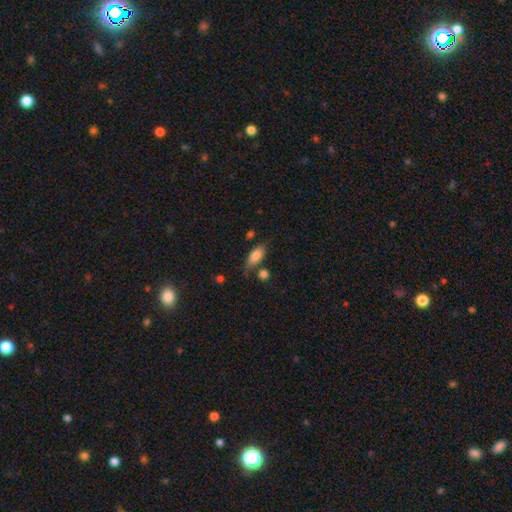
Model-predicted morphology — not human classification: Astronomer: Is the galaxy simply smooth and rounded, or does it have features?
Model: smooth — 79%.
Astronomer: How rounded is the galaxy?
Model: in between — 82%.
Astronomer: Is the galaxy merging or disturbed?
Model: none — 61%.